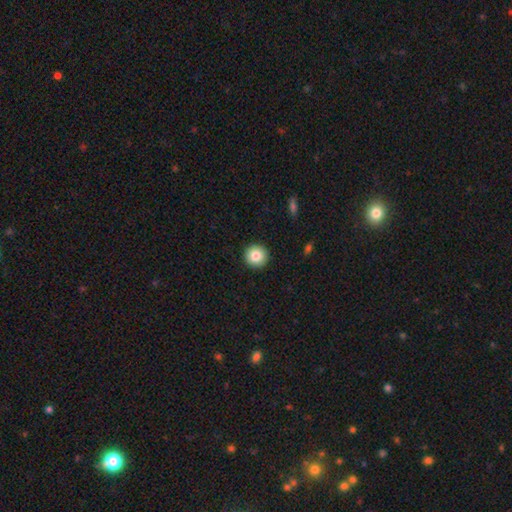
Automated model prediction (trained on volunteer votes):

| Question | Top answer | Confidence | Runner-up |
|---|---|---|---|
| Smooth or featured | smooth | 85% | star or artifact (9%) |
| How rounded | round | 95% | in between (4%) |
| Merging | none | 93% | minor disturbance (5%) |